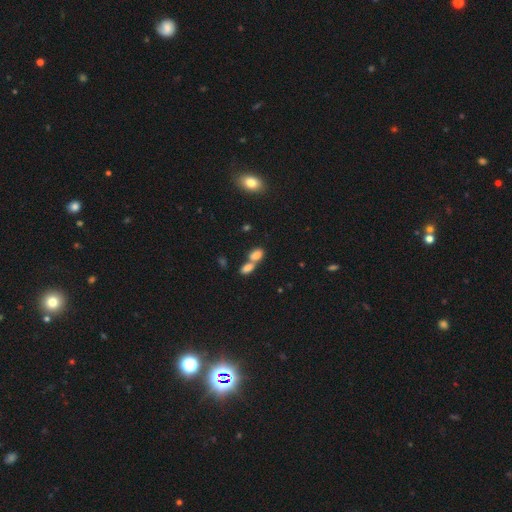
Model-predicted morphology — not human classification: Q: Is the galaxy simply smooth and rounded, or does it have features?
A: smooth — 80%.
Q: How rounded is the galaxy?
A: in between — 82%.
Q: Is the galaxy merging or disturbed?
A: merger — 63%.